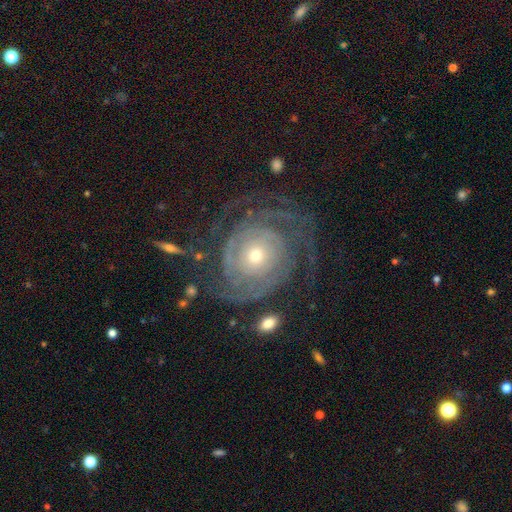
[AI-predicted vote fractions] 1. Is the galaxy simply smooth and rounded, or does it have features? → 87% featured or disk, 8% smooth, 6% star or artifact.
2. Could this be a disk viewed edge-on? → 97% no, 3% yes.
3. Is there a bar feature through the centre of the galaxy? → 81% no, 14% weak, 5% strong.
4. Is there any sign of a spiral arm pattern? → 95% yes, 5% no.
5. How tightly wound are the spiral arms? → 72% tight, 20% medium, 8% loose.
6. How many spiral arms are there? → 29% can't tell, 25% 2, 17% 3, 11% 4, 9% more than 4, 8% 1.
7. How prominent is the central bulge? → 56% small, 38% moderate, 3% large, 1% dominant, 1% none.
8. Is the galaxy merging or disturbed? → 66% none, 16% major disturbance, 15% minor disturbance, 2% merger.